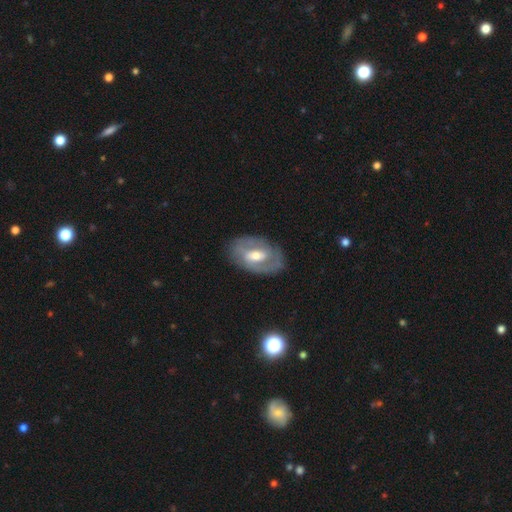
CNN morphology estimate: type=featured or disk (74%); edge-on=no (94%); bar=weak (47%); spiral arms=yes (72%); winding=tight (44%); arm count=2 (71%); bulge=moderate (67%); merging=none (79%).